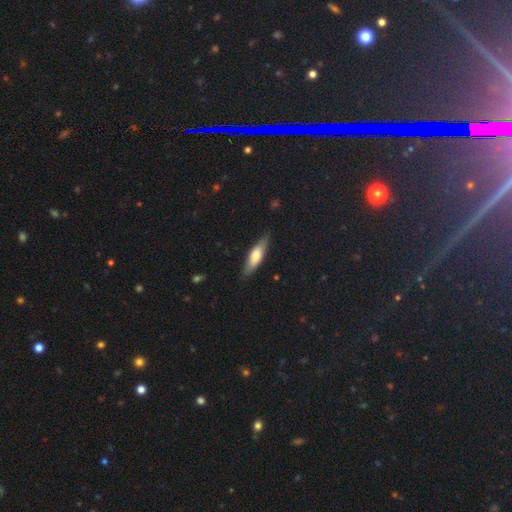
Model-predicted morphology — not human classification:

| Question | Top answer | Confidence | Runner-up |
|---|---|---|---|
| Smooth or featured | smooth | 61% | featured or disk (33%) |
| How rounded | cigar-shaped | 62% | in between (36%) |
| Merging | none | 84% | minor disturbance (13%) |